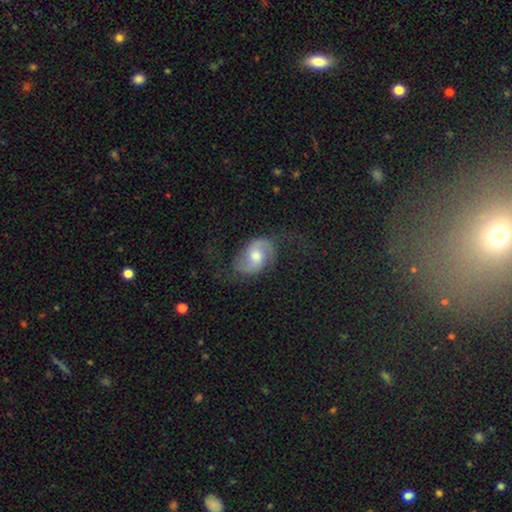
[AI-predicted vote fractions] Smooth or featured? featured or disk (74%)
Edge-on disk? no (97%)
Bar? no (45%)
Spiral arms? yes (93%)
Spiral winding? loose (44%)
Spiral arm count? 2 (90%)
Bulge size? moderate (67%)
Merging? none (66%)